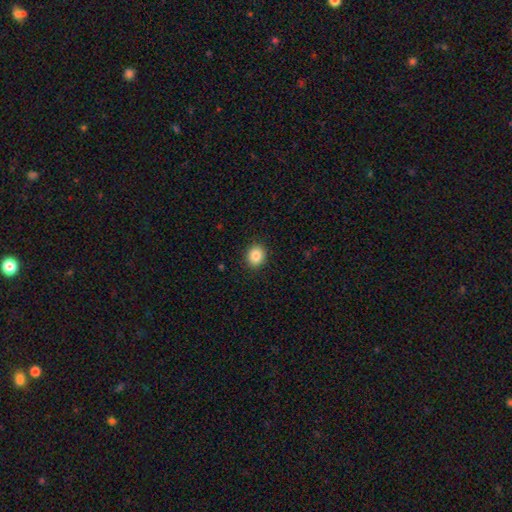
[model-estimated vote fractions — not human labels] Smooth or featured: smooth — 86% (star or artifact — 9%)
How rounded: round — 73% (in between — 26%)
Merging: none — 91% (minor disturbance — 6%)